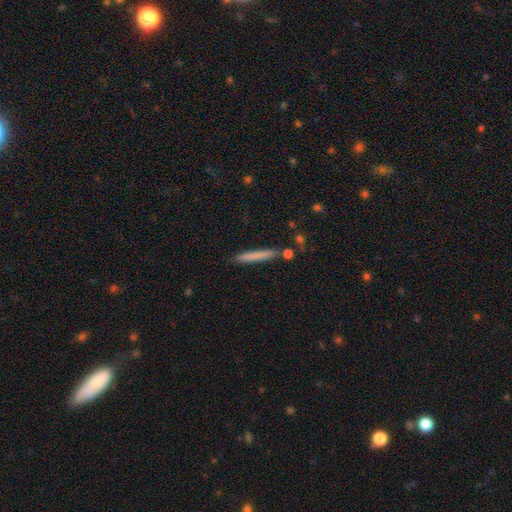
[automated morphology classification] smooth-or-featured: smooth: 73% | featured or disk: 21% | star or artifact: 6%
  how-rounded: cigar-shaped: 96% | in between: 3% | round: 1%
  merging: none: 85% | minor disturbance: 9% | merger: 4% | major disturbance: 2%